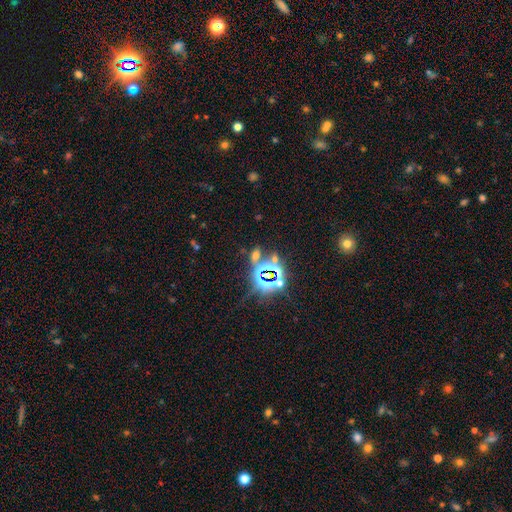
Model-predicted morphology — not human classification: A star or artifact, not a galaxy (59%).